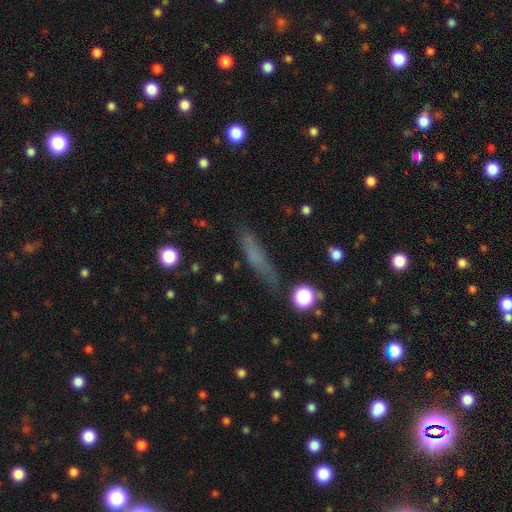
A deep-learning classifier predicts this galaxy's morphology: smooth-or-featured: smooth: 60% | featured or disk: 27% | star or artifact: 13%
  how-rounded: cigar-shaped: 83% | in between: 13% | round: 3%
  merging: none: 75% | minor disturbance: 17% | major disturbance: 6% | merger: 2%